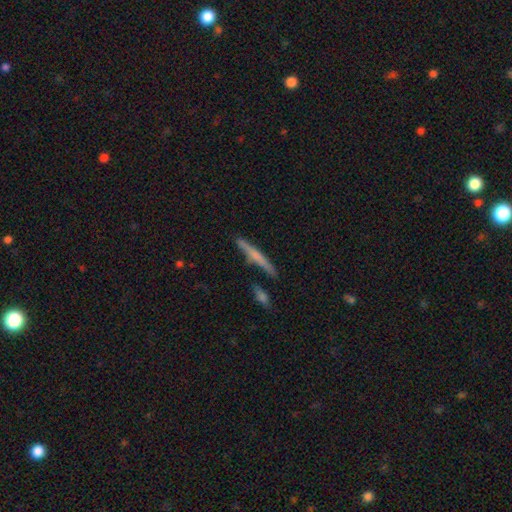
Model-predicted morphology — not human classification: Q: Smooth or featured?
A: featured or disk (48%); runner-up: smooth (45%)
Q: Merging?
A: none (80%); runner-up: minor disturbance (11%)